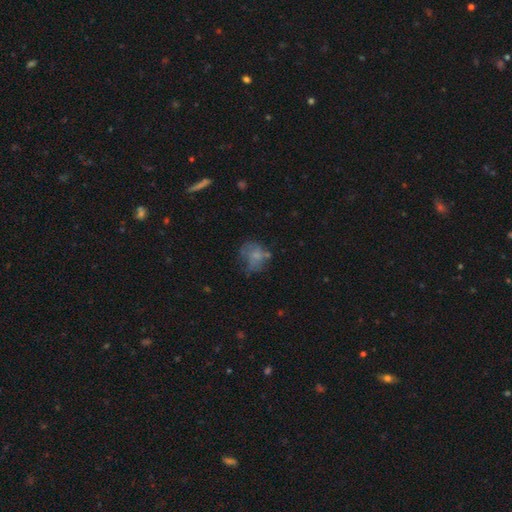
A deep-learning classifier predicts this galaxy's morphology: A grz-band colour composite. It shows a smooth galaxy with no disk features (56%) that is round (63%). Merging: none (42%).